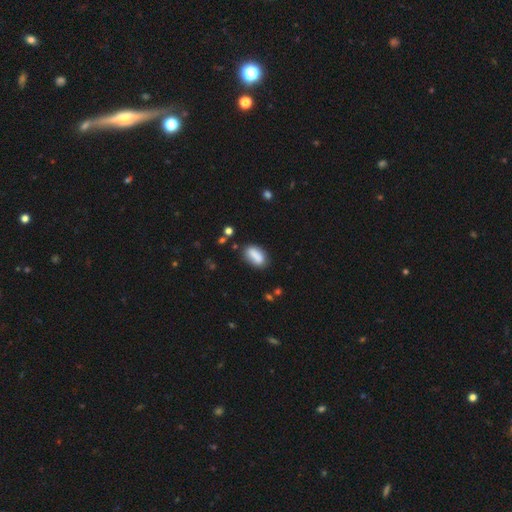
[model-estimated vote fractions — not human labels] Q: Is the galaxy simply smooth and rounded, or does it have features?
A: smooth — 83%.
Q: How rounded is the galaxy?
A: in between — 87%.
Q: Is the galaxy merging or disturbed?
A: none — 73%.